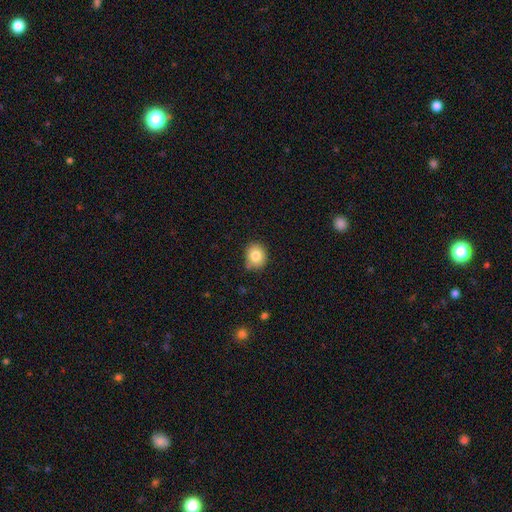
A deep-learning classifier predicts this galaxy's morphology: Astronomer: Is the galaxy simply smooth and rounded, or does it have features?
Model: smooth — 81%.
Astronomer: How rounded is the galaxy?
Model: round — 75%.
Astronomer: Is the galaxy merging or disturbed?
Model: none — 78%.